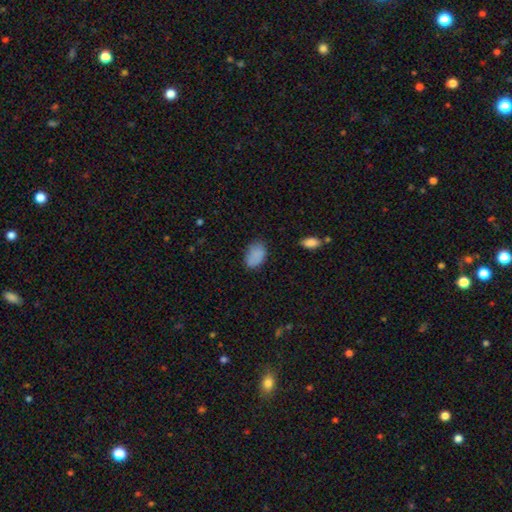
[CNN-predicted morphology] Overall: smooth (86%). How rounded: in between (88%). Merging: none (73%).